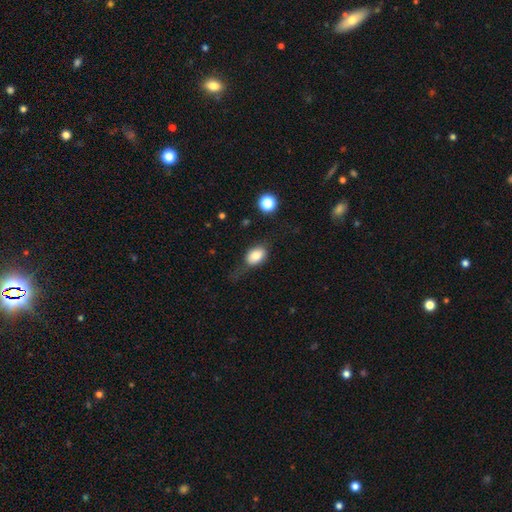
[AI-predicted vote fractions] Q: Smooth or featured?
A: smooth (80%); runner-up: featured or disk (11%)
Q: How rounded?
A: in between (81%); runner-up: round (17%)
Q: Merging?
A: none (50%); runner-up: minor disturbance (27%)